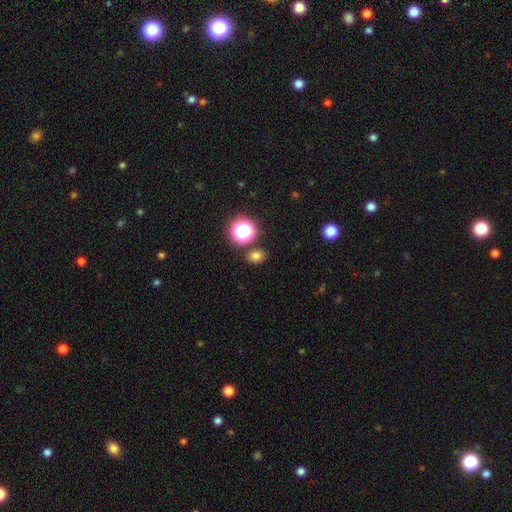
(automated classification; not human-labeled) Smooth or featured? smooth (74%)
How rounded? in between (51%)
Merging? none (83%)